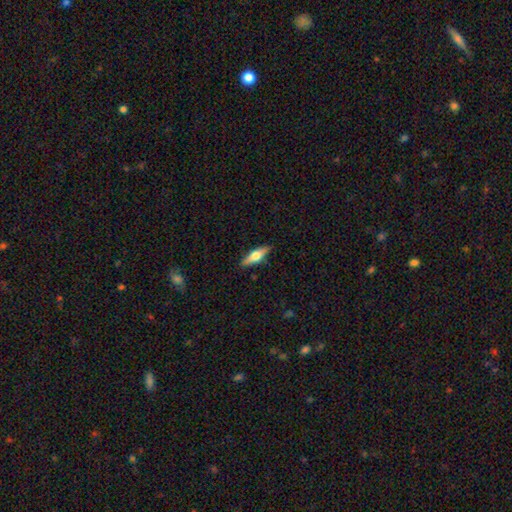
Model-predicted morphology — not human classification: smooth-or-featured: featured or disk: 52% | smooth: 42% | star or artifact: 6%
  disk-edge-on: yes: 94% | no: 6%
  merging: none: 88% | minor disturbance: 9% | major disturbance: 2% | merger: 1%